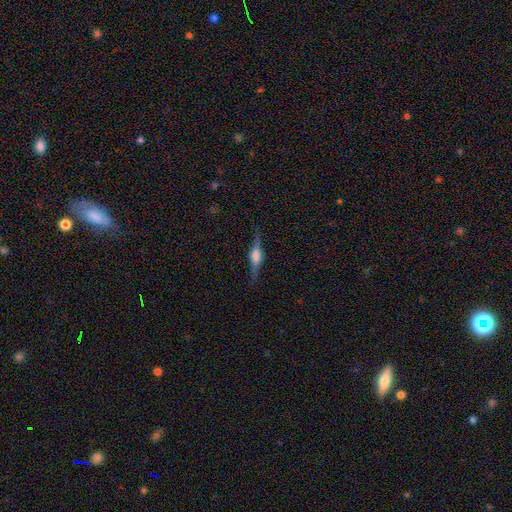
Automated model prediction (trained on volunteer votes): Overall: featured or disk (75%). Edge-on disk: yes (97%). Edge-on bulge: rounded (75%). Merging: none (86%).